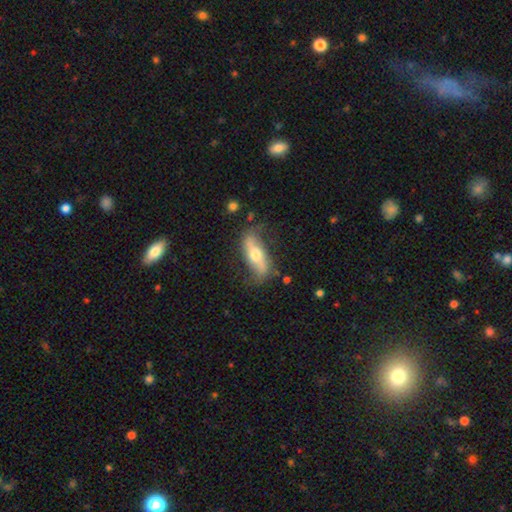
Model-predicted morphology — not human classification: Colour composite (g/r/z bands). It shows a featured or disk galaxy (63%). Merging: none (69%).